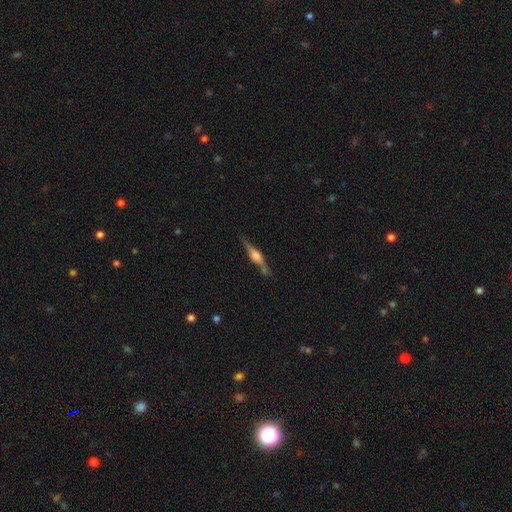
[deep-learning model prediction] Overall: featured or disk (72%). Edge-on disk: yes (97%). Edge-on bulge: rounded (77%). Merging: none (78%).